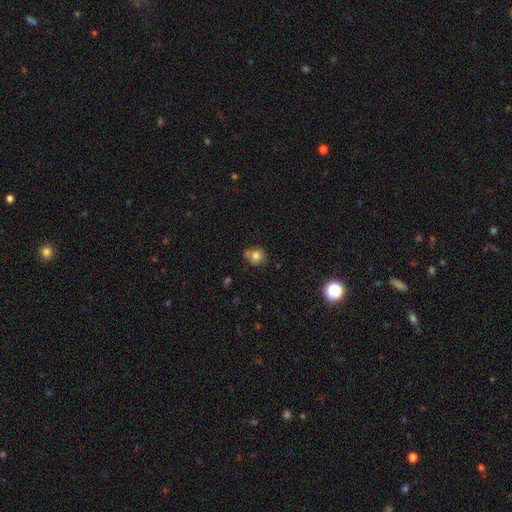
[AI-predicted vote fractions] smooth_or_featured: smooth (p=0.77) [alt: featured or disk p=0.12]
how_rounded: round (p=0.81) [alt: in between p=0.18]
merging: none (p=0.59) [alt: merger p=0.20]